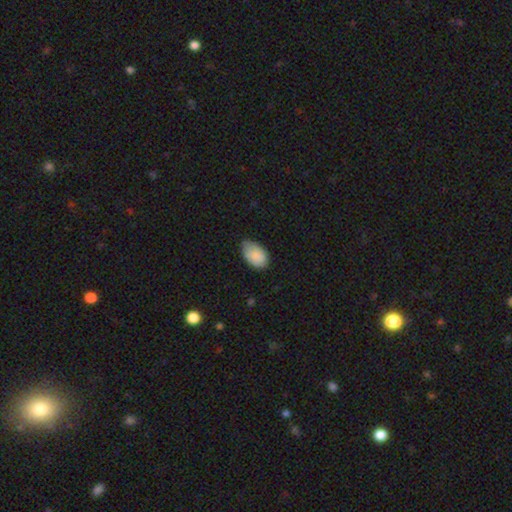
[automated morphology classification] smooth-or-featured: smooth: 85% | featured or disk: 8% | star or artifact: 6%
  how-rounded: in between: 92% | round: 7% | cigar-shaped: 1%
  merging: none: 58% | minor disturbance: 36% | major disturbance: 5% | merger: 1%